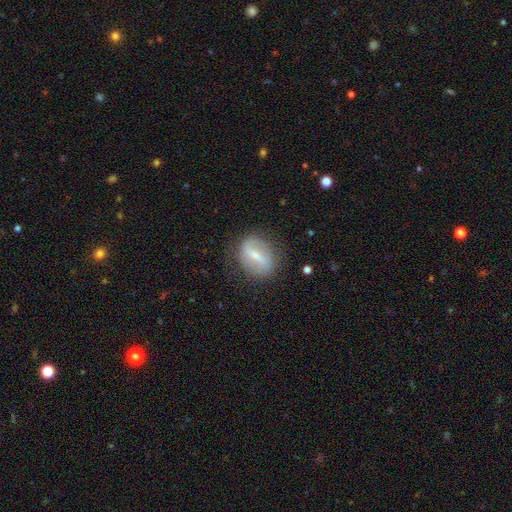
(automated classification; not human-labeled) smooth_or_featured: featured or disk (p=0.54) [alt: smooth p=0.38]
disk_edge_on: no (p=0.87) [alt: yes p=0.13]
merging: none (p=0.78) [alt: minor disturbance p=0.15]